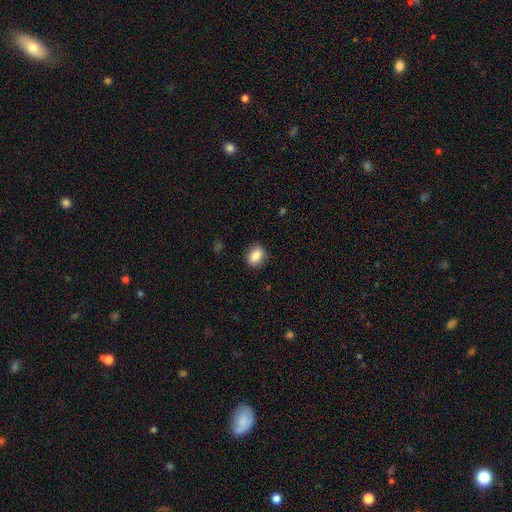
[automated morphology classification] smooth_or_featured: smooth (p=0.86) [alt: star or artifact p=0.08]
how_rounded: in between (p=0.56) [alt: round p=0.43]
merging: none (p=0.88) [alt: minor disturbance p=0.09]